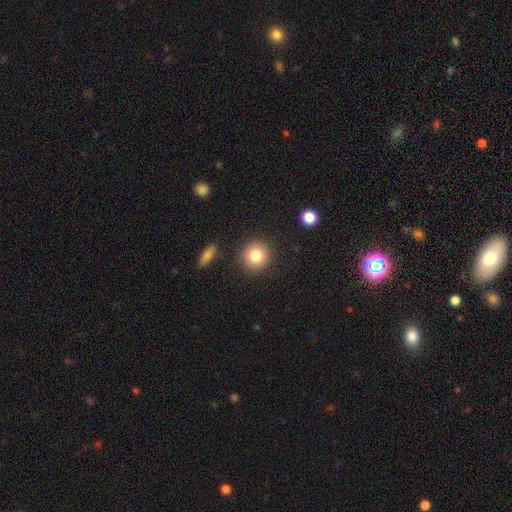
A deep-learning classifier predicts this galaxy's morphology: Q: Smooth or featured?
A: smooth (83%); runner-up: star or artifact (9%)
Q: How rounded?
A: round (92%); runner-up: in between (7%)
Q: Merging?
A: none (88%); runner-up: minor disturbance (7%)